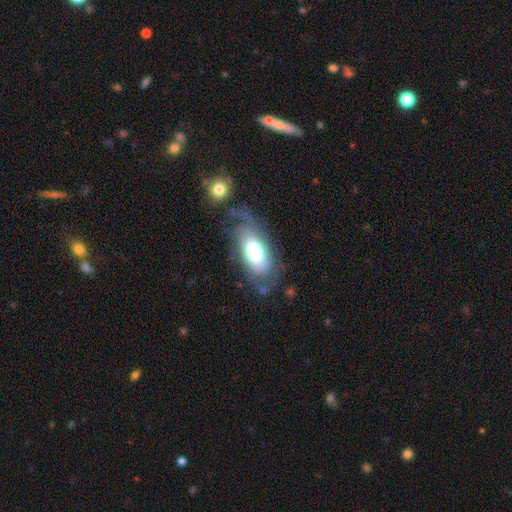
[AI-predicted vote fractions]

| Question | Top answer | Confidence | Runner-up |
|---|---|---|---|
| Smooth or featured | featured or disk | 54% | smooth (39%) |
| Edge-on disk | no | 89% | yes (11%) |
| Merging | none | 55% | minor disturbance (24%) |